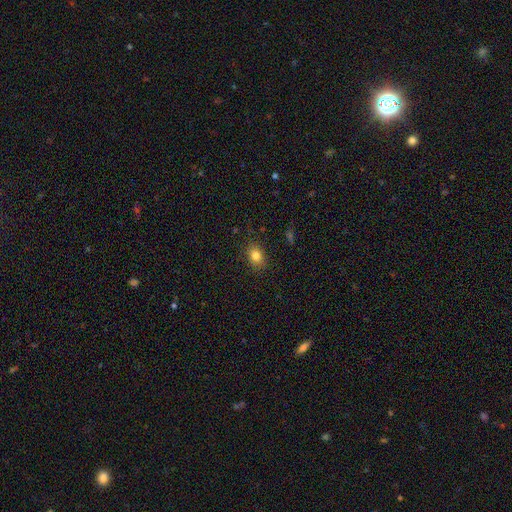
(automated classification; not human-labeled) smooth_or_featured: smooth (p=0.82) [alt: star or artifact p=0.11]
how_rounded: in between (p=0.64) [alt: round p=0.35]
merging: none (p=0.85) [alt: minor disturbance p=0.11]